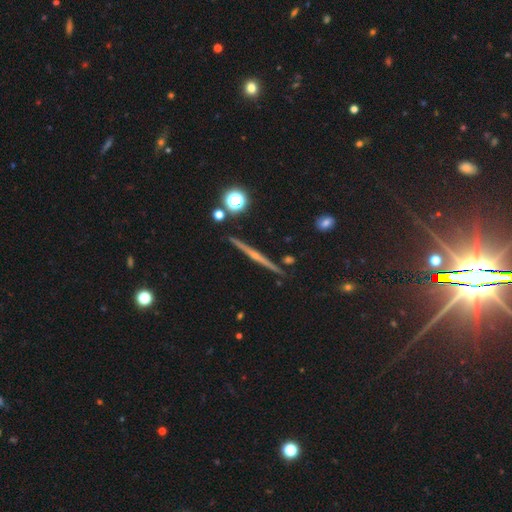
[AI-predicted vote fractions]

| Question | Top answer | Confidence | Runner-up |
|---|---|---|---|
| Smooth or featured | featured or disk | 77% | smooth (14%) |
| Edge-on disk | yes | 98% | no (2%) |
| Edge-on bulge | rounded | 67% | none (26%) |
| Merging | none | 91% | minor disturbance (5%) |